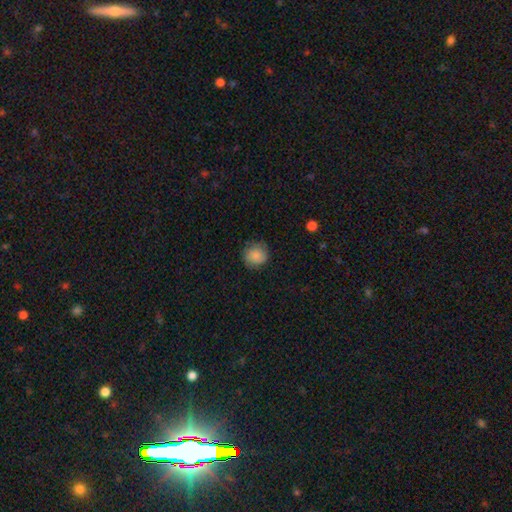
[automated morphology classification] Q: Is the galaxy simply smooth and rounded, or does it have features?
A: smooth — 85%.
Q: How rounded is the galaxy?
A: round — 87%.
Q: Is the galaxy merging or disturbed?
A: none — 77%.